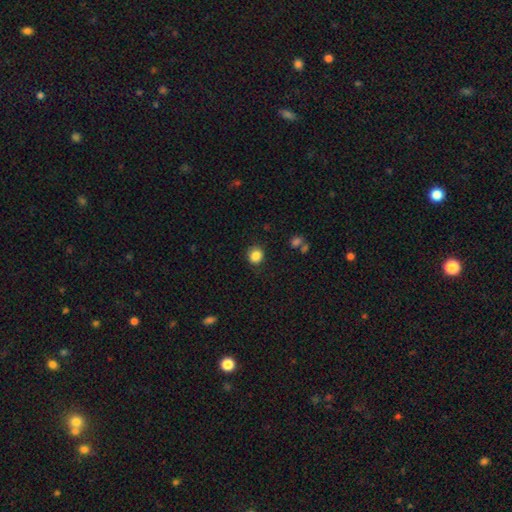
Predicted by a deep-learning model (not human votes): This appears to be a smooth galaxy with no disk features (86%) that is round (86%). Merging: none (86%).